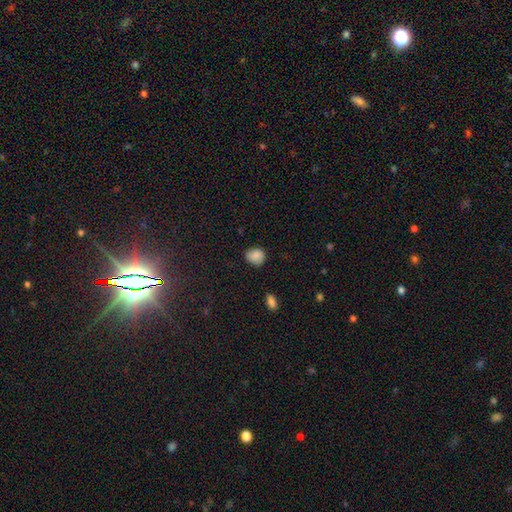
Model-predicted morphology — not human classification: Smooth or featured? Predicted: smooth (p=0.85). How rounded? Predicted: round (p=0.64). Merging? Predicted: none (p=0.69).